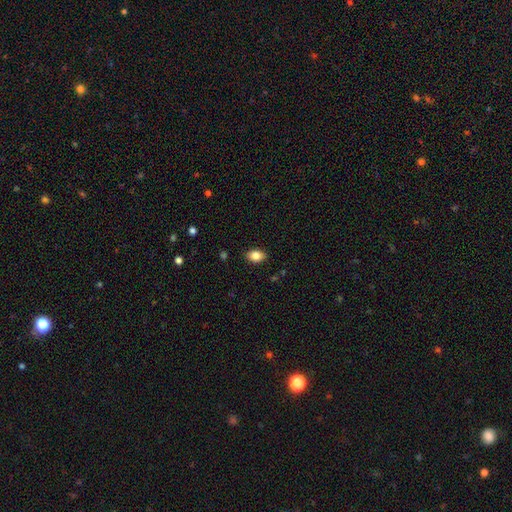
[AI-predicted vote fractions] smooth_or_featured: smooth (p=0.83) [alt: featured or disk p=0.08]
how_rounded: in between (p=0.85) [alt: round p=0.13]
merging: none (p=0.87) [alt: minor disturbance p=0.10]